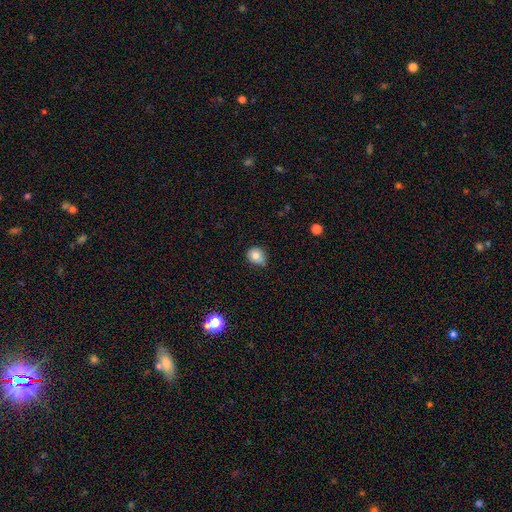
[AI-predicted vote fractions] Morphology: type=smooth (79%); roundness=round (71%); merging=none (63%).